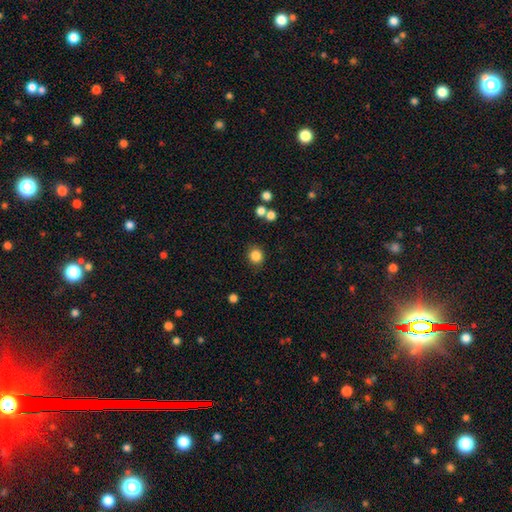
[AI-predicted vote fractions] Smooth or featured?
  - smooth: 85% *
  - star or artifact: 11%
  - featured or disk: 4%
How rounded?
  - round: 87% *
  - in between: 12%
  - cigar-shaped: 1%
Merging?
  - none: 85% *
  - minor disturbance: 8%
  - merger: 4%
  - major disturbance: 3%